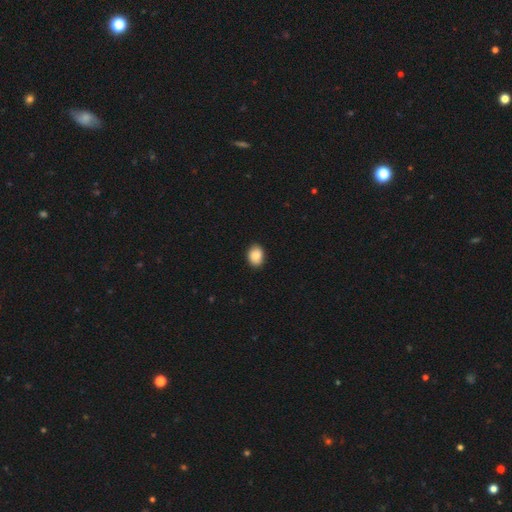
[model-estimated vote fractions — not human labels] smooth 87%, star or artifact 8%, featured or disk 5%. Down the decision tree: how rounded — in between (63%); merging — none (87%).